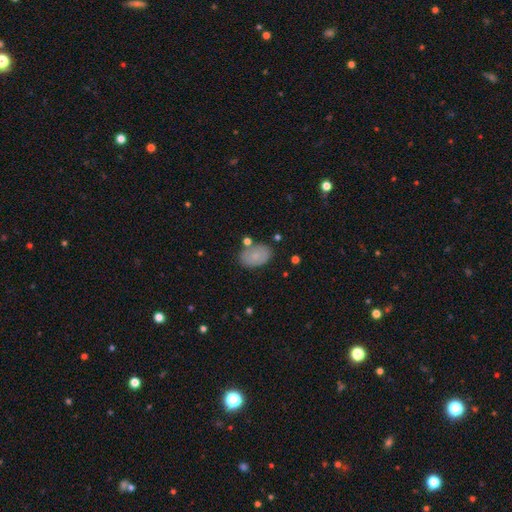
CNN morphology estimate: smooth_or_featured: smooth (p=0.68) [alt: featured or disk p=0.23]
how_rounded: in between (p=0.87) [alt: round p=0.11]
merging: none (p=0.72) [alt: minor disturbance p=0.17]